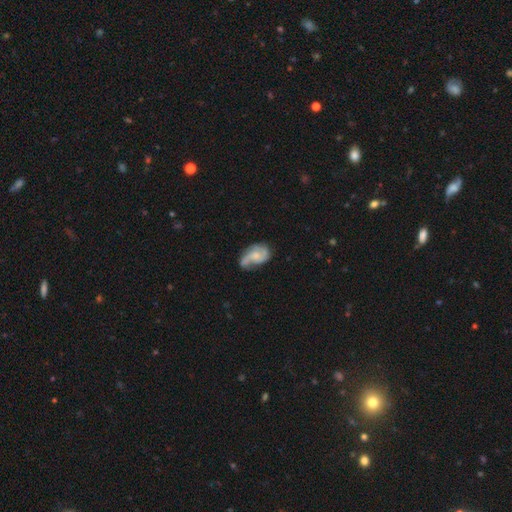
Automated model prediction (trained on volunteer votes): A featured or disk galaxy (66%) with no bar (70%), 2 (46%) medium (43%) spiral arms (88%) and a small central bulge (42%). Merging: none (48%).